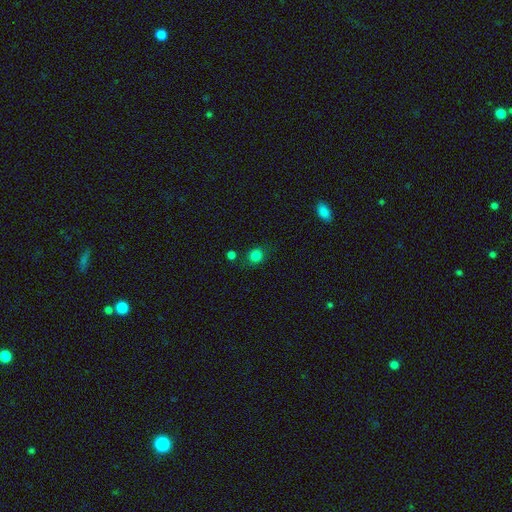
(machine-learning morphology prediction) Smooth or featured? smooth (81%)
How rounded? round (81%)
Merging? none (77%)